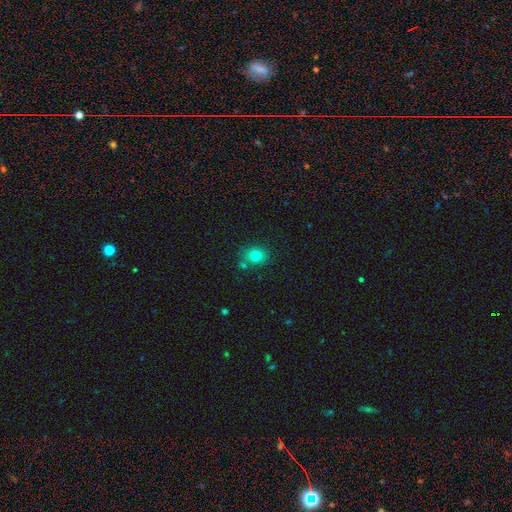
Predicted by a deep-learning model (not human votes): smooth 78%, star or artifact 13%, featured or disk 8%. Down the decision tree: how rounded — round (71%); merging — none (72%).